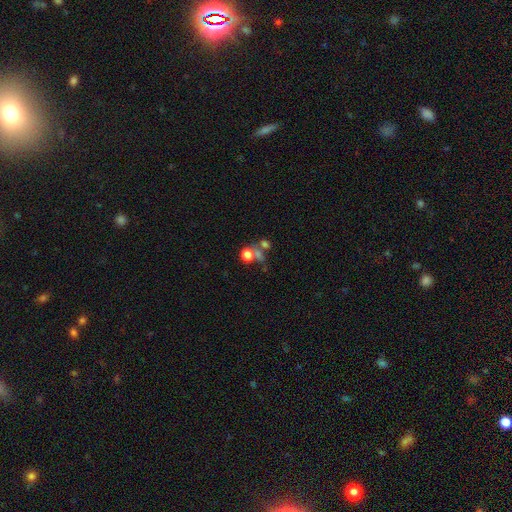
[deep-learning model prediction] This is marginally a smooth galaxy (41%). Merging: marginally none (45%).